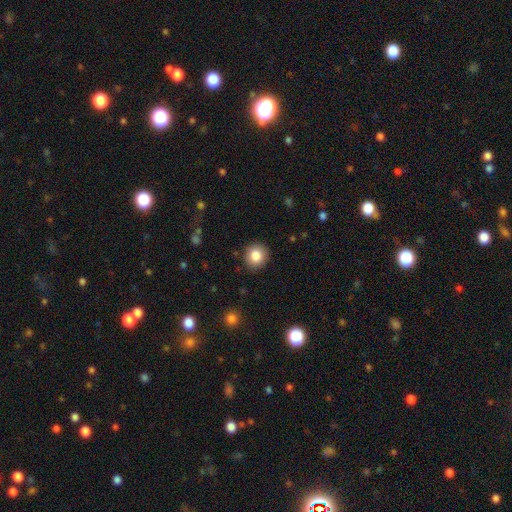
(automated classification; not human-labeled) This is clearly a smooth galaxy (84%). How rounded: clearly round (89%). Merging: clearly none (90%).